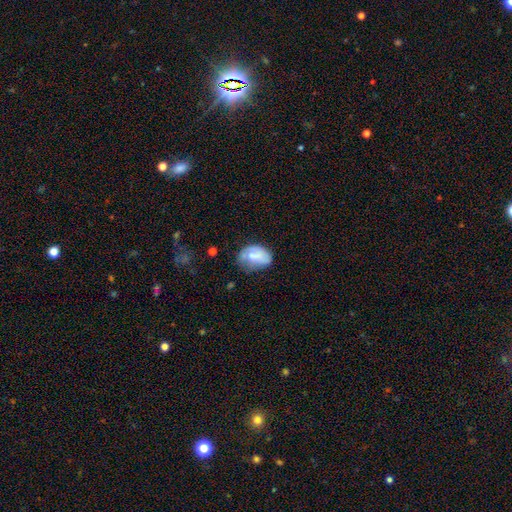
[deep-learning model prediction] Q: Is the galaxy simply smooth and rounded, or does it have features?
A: smooth — 66%.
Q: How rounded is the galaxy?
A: in between — 79%.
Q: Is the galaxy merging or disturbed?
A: none — 41%.